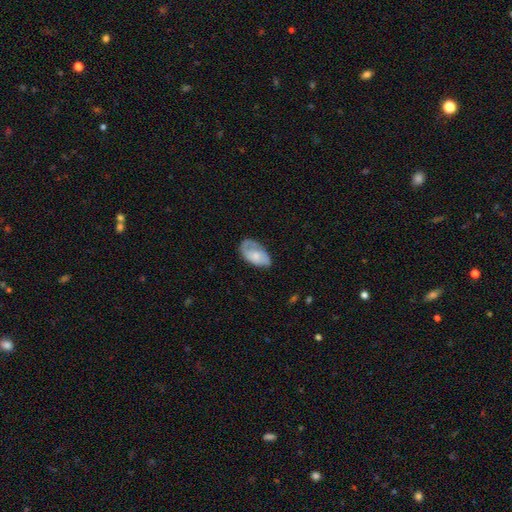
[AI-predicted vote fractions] This is possibly a smooth galaxy (52%). How rounded: clearly in between (93%). Merging: possibly none (57%).